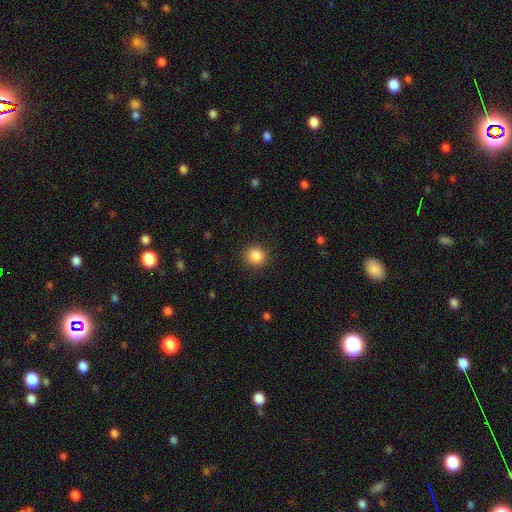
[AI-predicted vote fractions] smooth-or-featured: smooth: 86% | star or artifact: 10% | featured or disk: 4%
  how-rounded: round: 89% | in between: 11% | cigar-shaped: 1%
  merging: none: 90% | minor disturbance: 6% | major disturbance: 2% | merger: 1%